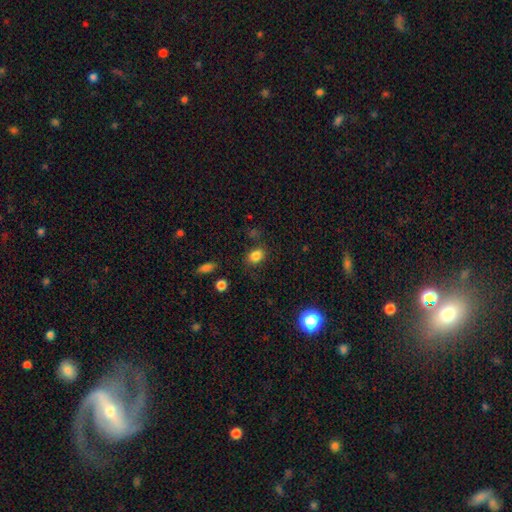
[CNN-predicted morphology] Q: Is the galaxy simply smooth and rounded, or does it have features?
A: smooth — 83%.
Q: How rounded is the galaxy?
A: in between — 62%.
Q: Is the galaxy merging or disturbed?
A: none — 79%.